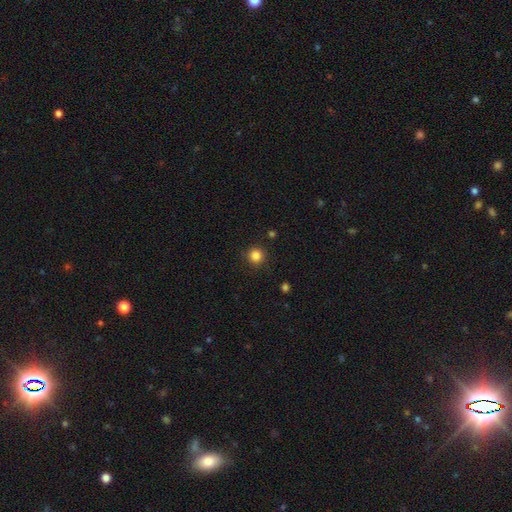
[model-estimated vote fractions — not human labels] A smooth galaxy with no disk features (84%) that is round (95%). Merging: none (89%).